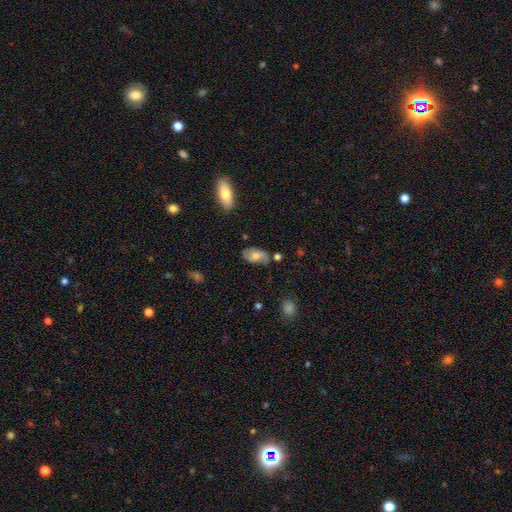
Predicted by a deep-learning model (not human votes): Smooth or featured? Predicted: featured or disk (p=0.48). Merging? Predicted: none (p=0.68).